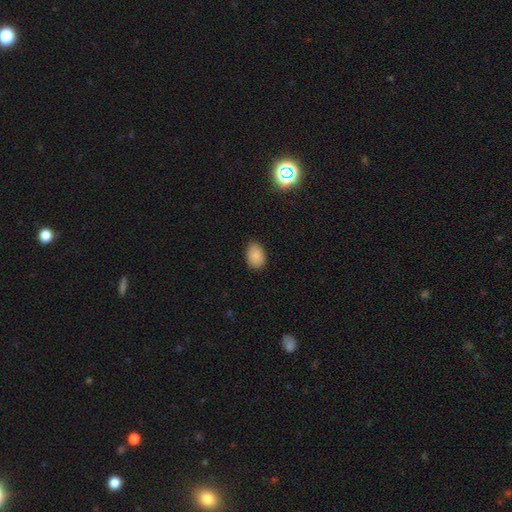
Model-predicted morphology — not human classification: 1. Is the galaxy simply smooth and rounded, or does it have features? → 87% smooth, 9% star or artifact, 4% featured or disk.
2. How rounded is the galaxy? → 85% in between, 14% round, 1% cigar-shaped.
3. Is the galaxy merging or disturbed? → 85% none, 11% minor disturbance, 2% major disturbance, 1% merger.